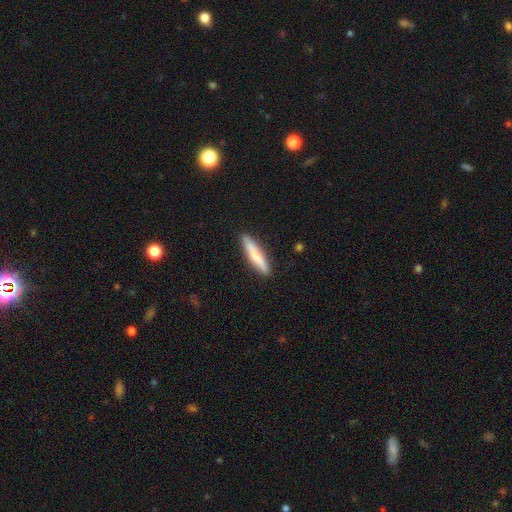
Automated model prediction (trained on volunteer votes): Q: Smooth or featured?
A: smooth (72%); runner-up: featured or disk (23%)
Q: How rounded?
A: cigar-shaped (88%); runner-up: in between (10%)
Q: Merging?
A: none (88%); runner-up: minor disturbance (9%)